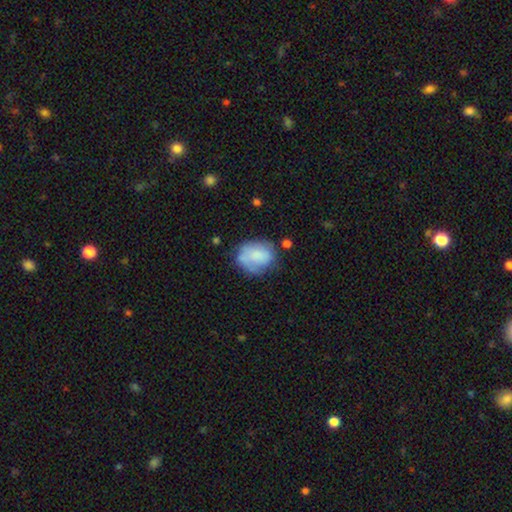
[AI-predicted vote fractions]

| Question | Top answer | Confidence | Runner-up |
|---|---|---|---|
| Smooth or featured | smooth | 69% | featured or disk (23%) |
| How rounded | in between | 50% | round (49%) |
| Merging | none | 50% | minor disturbance (29%) |